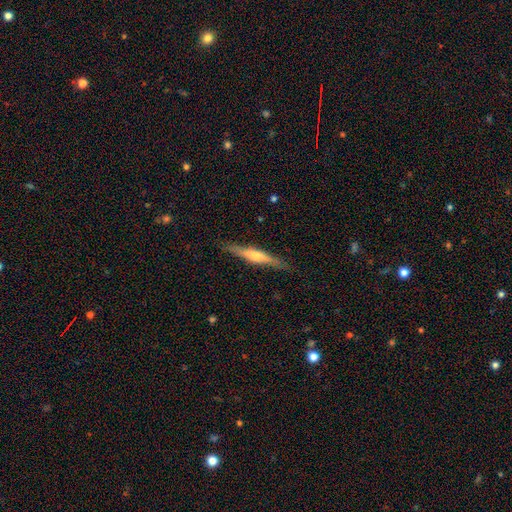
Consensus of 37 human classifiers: This is clearly a featured or disk galaxy (81%). It is clearly viewed edge-on (100%). Edge-on bulge: clearly rounded (80%). Merging: clearly none (91%).